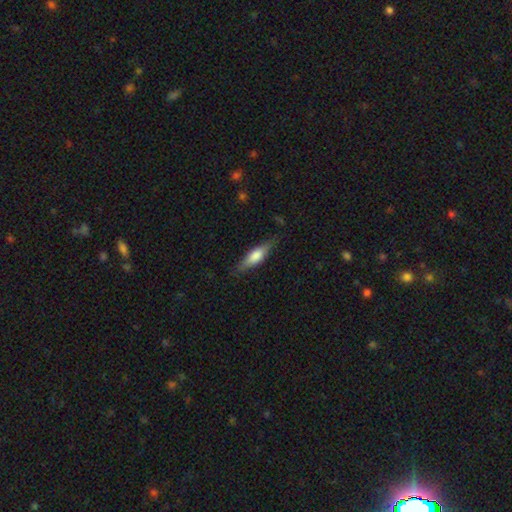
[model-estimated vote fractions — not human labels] smooth_or_featured: smooth (p=0.60) [alt: featured or disk p=0.34]
how_rounded: cigar-shaped (p=0.56) [alt: in between p=0.42]
merging: none (p=0.79) [alt: minor disturbance p=0.16]